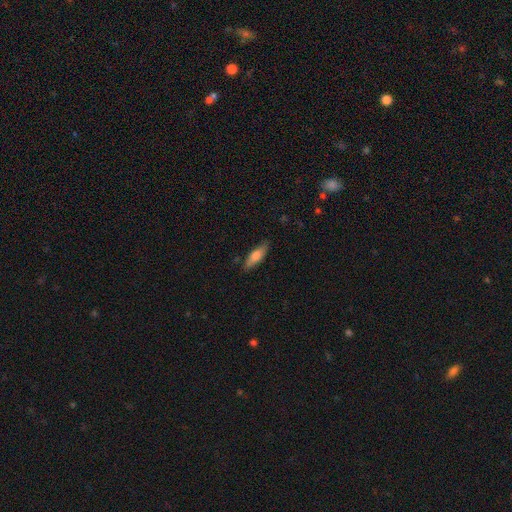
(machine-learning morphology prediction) A smooth galaxy with no disk features (73%) that is cigar-shaped (49%, tied with in between).

Vote fractions:
- Smooth or featured? smooth: 73% / featured or disk: 21% / star or artifact: 6%
- How rounded? cigar-shaped: 49% (tied) / in between: 49% (tied) / round: 2%
- Merging? none: 81% / minor disturbance: 15% / major disturbance: 3% / merger: 1%